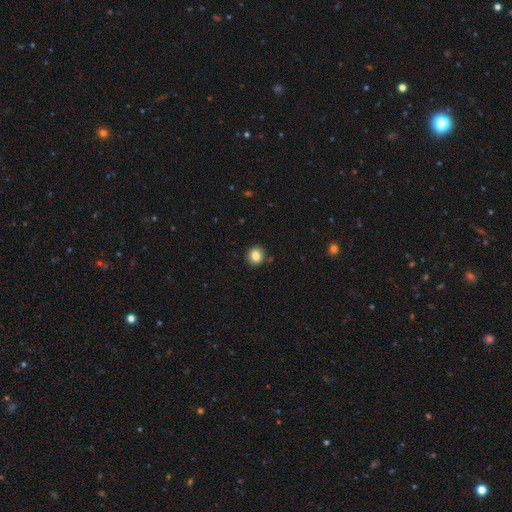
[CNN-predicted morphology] Smooth or featured? Predicted: smooth (p=0.84). How rounded? Predicted: round (p=0.82). Merging? Predicted: none (p=0.90).